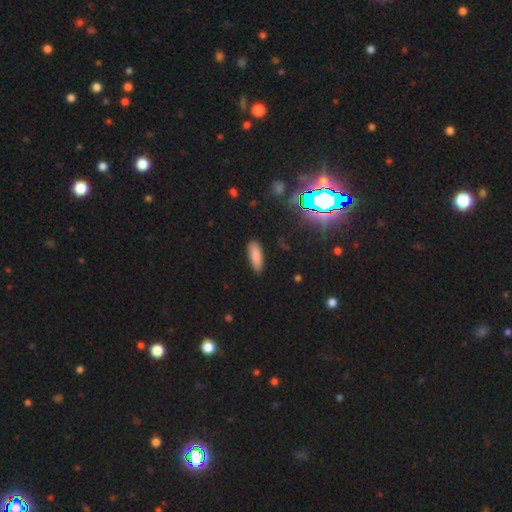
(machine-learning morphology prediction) Smooth or featured: smooth — 83% (star or artifact — 11%)
How rounded: in between — 66% (cigar-shaped — 32%)
Merging: none — 86% (minor disturbance — 11%)